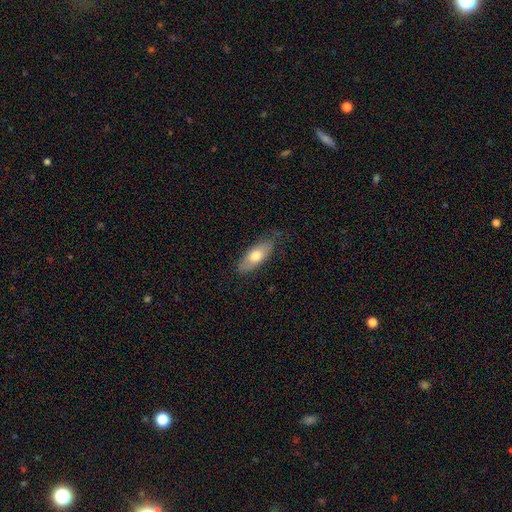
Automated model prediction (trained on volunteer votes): Smooth or featured? Predicted: smooth (p=0.66). How rounded? Predicted: in between (p=0.75). Merging? Predicted: none (p=0.72).